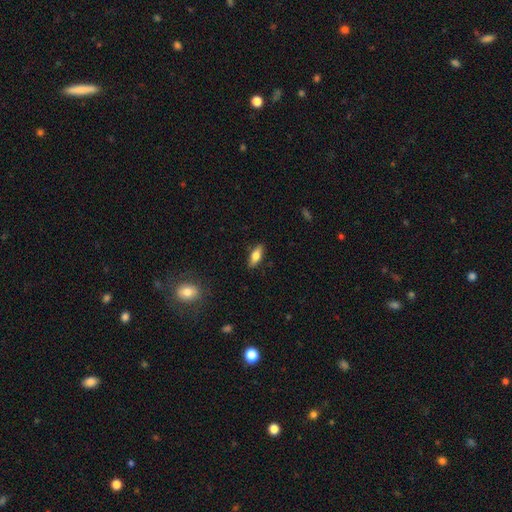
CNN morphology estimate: This is likely a smooth galaxy (69%). How rounded: likely in between (67%). Merging: clearly none (86%).